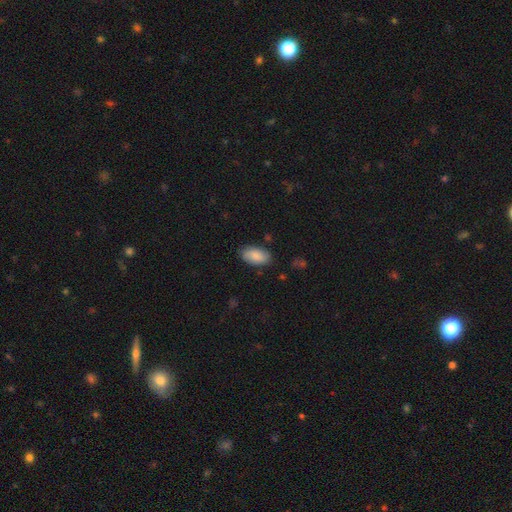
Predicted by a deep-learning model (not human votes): Smooth or featured? Predicted: smooth (p=0.85). How rounded? Predicted: in between (p=0.95). Merging? Predicted: none (p=0.82).